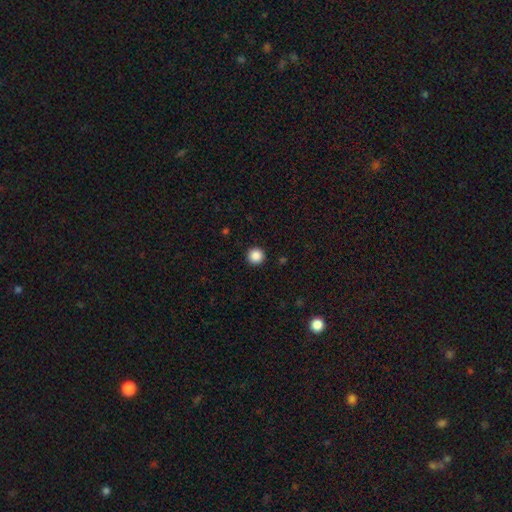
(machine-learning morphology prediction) The model was most divided on "smooth or featured": smooth: 88%, star or artifact: 10%, featured or disk: 2%. More confident: how rounded — round (96%); merging — none (93%).